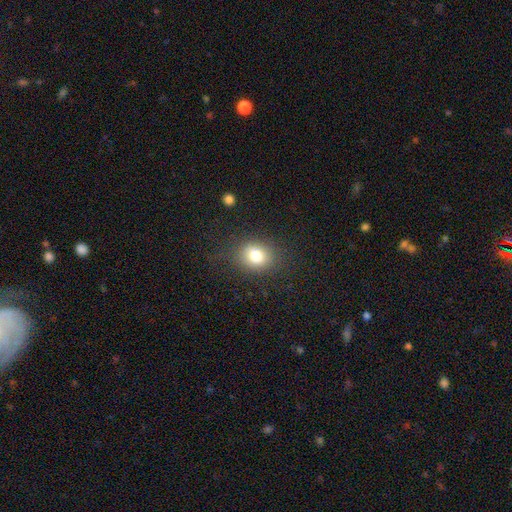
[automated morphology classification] This appears to be a smooth galaxy with no disk features (79%) that is round (58%). Merging: none (80%).